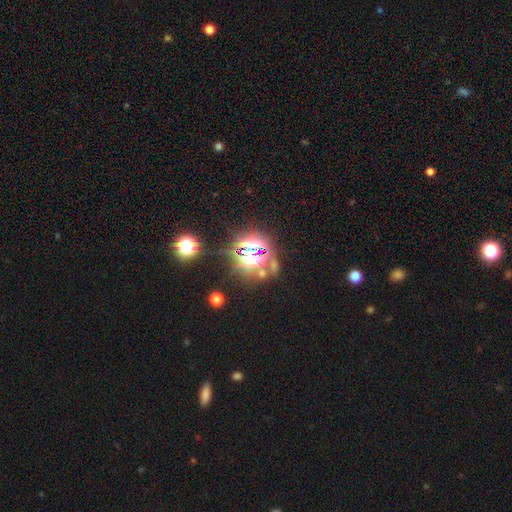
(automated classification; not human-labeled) Morphology: type=star or artifact (79%).